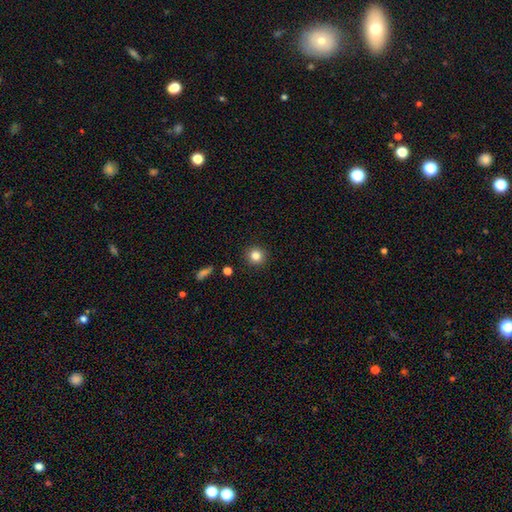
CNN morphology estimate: Smooth or featured? smooth (83%)
How rounded? round (93%)
Merging? none (91%)